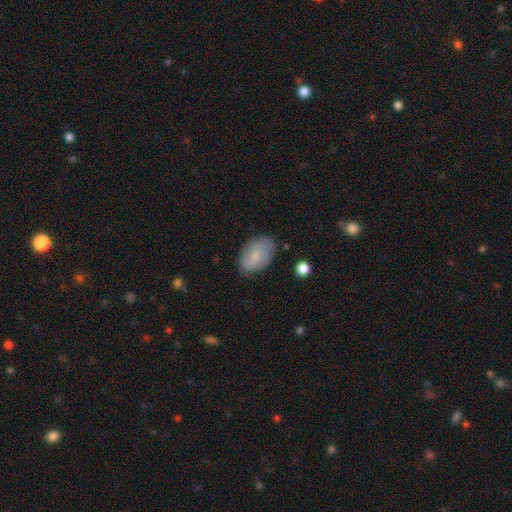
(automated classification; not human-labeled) Smooth or featured?
  - smooth: 69% *
  - featured or disk: 24%
  - star or artifact: 7%
How rounded?
  - in between: 89% *
  - round: 9%
  - cigar-shaped: 1%
Merging?
  - none: 77% *
  - minor disturbance: 18%
  - major disturbance: 4%
  - merger: 2%